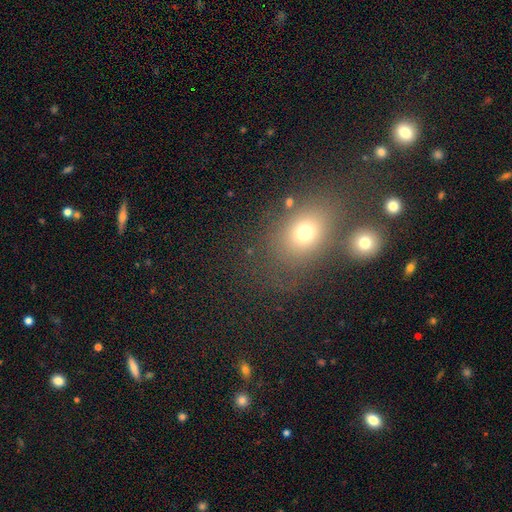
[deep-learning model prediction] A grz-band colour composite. It shows a smooth galaxy with no disk features (61%) that is in between round and cigar-shaped (56%). Merging: none (76%).